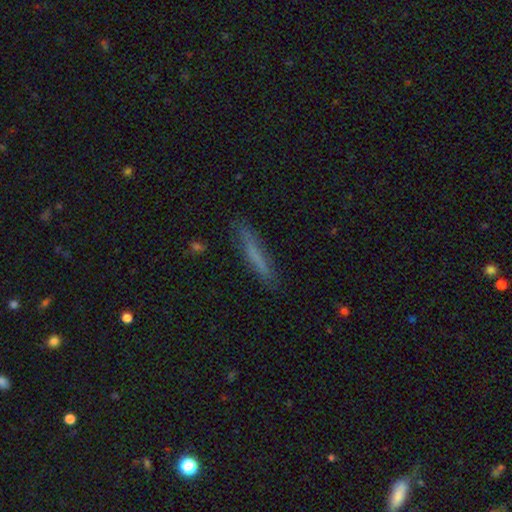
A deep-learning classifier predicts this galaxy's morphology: Smooth or featured: smooth — 65% (featured or disk — 27%)
How rounded: cigar-shaped — 95% (in between — 4%)
Merging: none — 86% (minor disturbance — 10%)